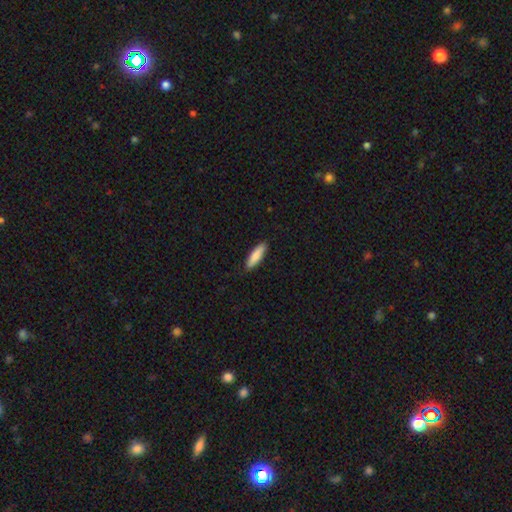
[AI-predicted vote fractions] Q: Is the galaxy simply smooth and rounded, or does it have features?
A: smooth — 84%.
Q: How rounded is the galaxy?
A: cigar-shaped — 67%.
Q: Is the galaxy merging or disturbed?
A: none — 88%.